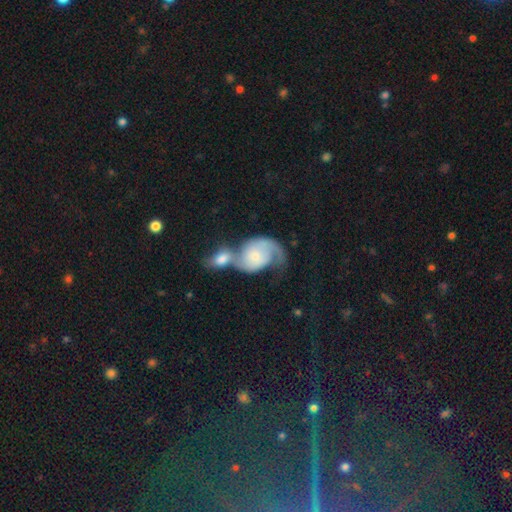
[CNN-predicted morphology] This is likely a featured or disk galaxy (74%). It is clearly not viewed edge-on (97%). Bar: likely no (72%). Spiral arm pattern: clearly yes (92%). Spiral arm count: likely 2 (66%). Spiral winding: marginally loose (40%). Central bulge: possibly small (57%). Merging: likely merger (63%).